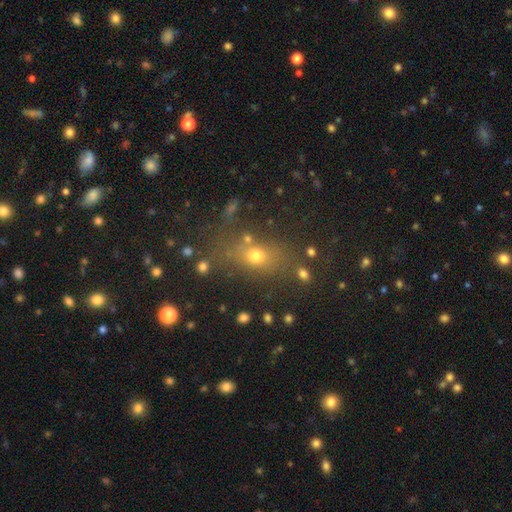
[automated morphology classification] A smooth galaxy with no disk features (64%) that is in between round and cigar-shaped (56%).

Vote fractions:
- Smooth or featured? smooth: 64% / star or artifact: 22% / featured or disk: 13%
- How rounded? in between: 56% / round: 38% / cigar-shaped: 7%
- Merging? none: 69% / minor disturbance: 14% / merger: 9% / major disturbance: 8%